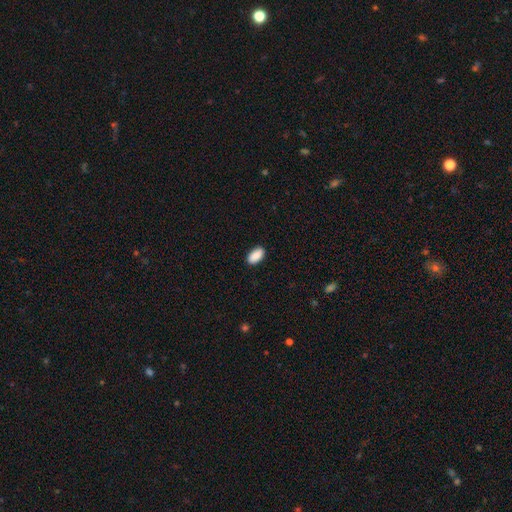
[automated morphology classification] Smooth or featured? smooth (90%)
How rounded? in between (94%)
Merging? none (89%)